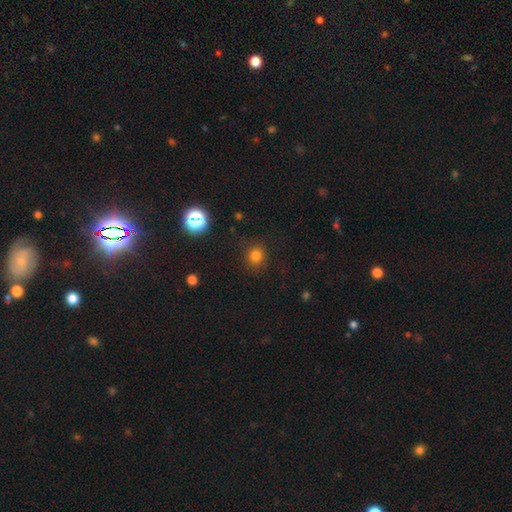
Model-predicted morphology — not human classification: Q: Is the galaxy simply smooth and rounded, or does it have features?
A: smooth — 78%.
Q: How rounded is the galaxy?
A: round — 87%.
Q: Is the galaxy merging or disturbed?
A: none — 84%.